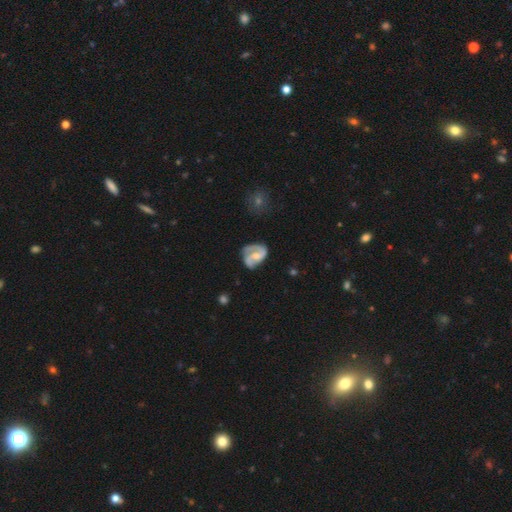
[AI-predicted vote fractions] Q: Smooth or featured?
A: featured or disk (78%); runner-up: smooth (17%)
Q: Edge-on disk?
A: no (98%); runner-up: yes (2%)
Q: Bar?
A: no (48%); runner-up: weak (40%)
Q: Spiral arms?
A: yes (92%); runner-up: no (8%)
Q: Spiral winding?
A: medium (49%); runner-up: tight (26%)
Q: Spiral arm count?
A: 2 (75%); runner-up: 1 (8%)
Q: Bulge size?
A: moderate (42%); runner-up: small (39%)
Q: Merging?
A: none (51%); runner-up: minor disturbance (27%)